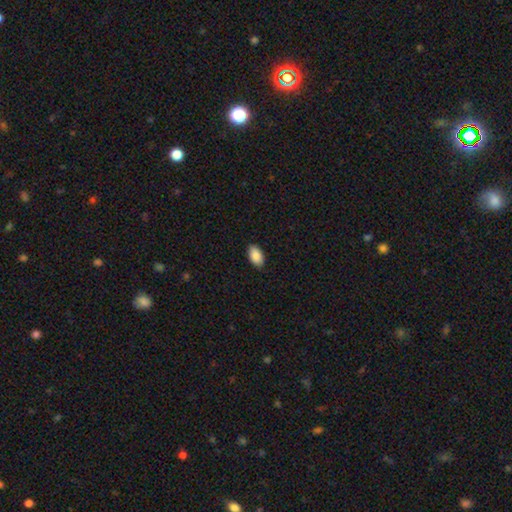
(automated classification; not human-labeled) A smooth galaxy with no disk features (89%) that is in between round and cigar-shaped (95%). Merging: none (88%).